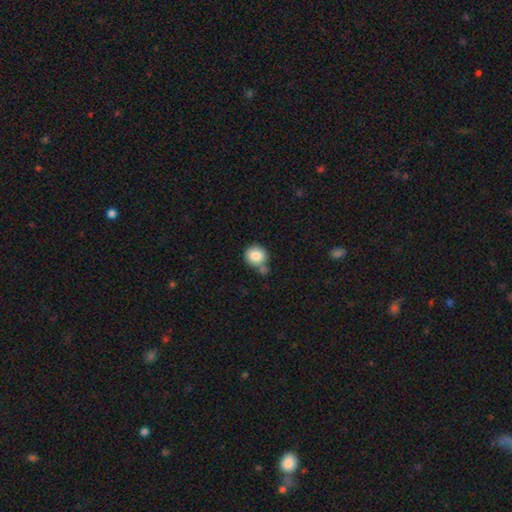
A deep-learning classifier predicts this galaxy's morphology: A smooth galaxy with no disk features (84%) that is round (84%).

Vote fractions:
- Smooth or featured? smooth: 84% / star or artifact: 9% / featured or disk: 8%
- How rounded? round: 84% / in between: 15% / cigar-shaped: 1%
- Merging? none: 53% / merger: 23% / minor disturbance: 19% / major disturbance: 6%